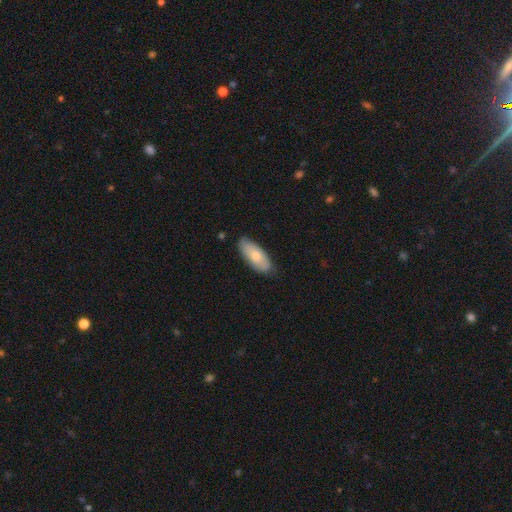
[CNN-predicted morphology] type=smooth (76%); roundness=in between (85%); merging=none (79%).